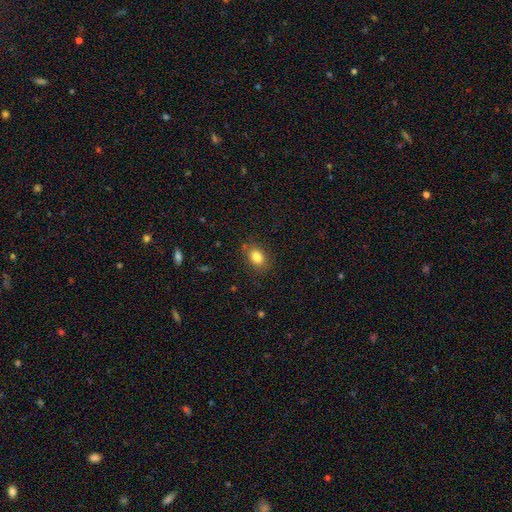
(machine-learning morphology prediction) smooth_or_featured: smooth (p=0.83) [alt: star or artifact p=0.10]
how_rounded: in between (p=0.73) [alt: round p=0.26]
merging: none (p=0.81) [alt: minor disturbance p=0.13]